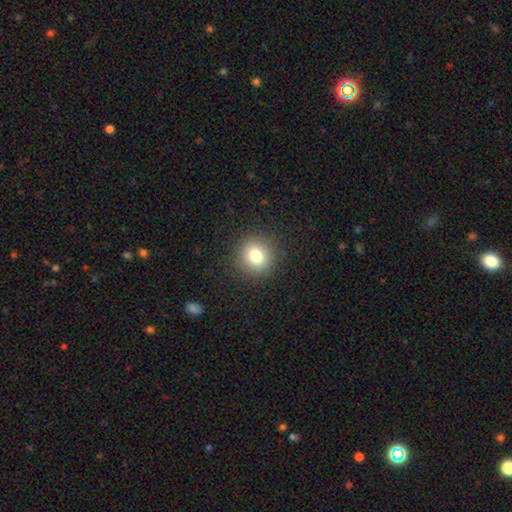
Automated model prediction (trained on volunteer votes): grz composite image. It shows a smooth galaxy with no disk features (79%) that is round (89%). Merging: none (90%).